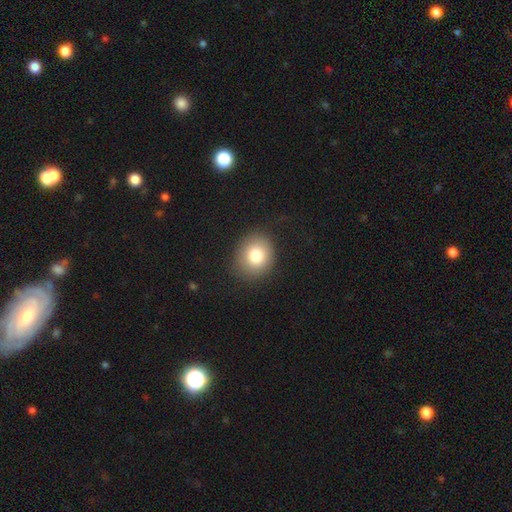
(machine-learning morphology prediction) Smooth or featured? smooth (80%)
How rounded? round (70%)
Merging? none (85%)